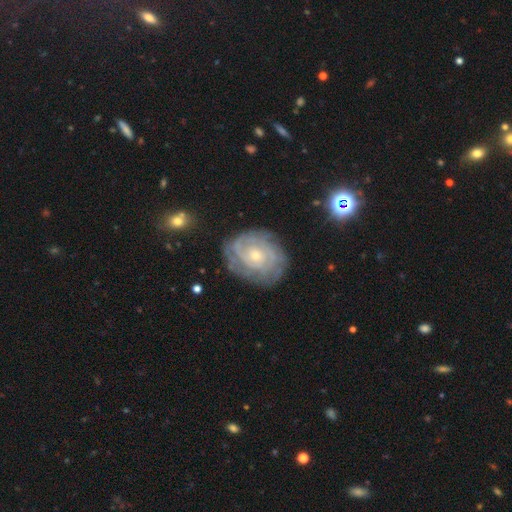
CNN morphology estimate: This appears to be a featured or disk galaxy (82%) with no bar (77%), tight (76%) spiral arms (93%) and a small central bulge (67%). Merging: none (76%).